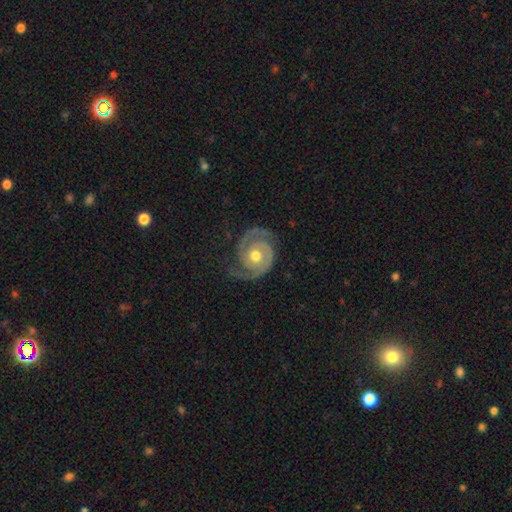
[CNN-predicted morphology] Q: Smooth or featured?
A: featured or disk (91%); runner-up: smooth (5%)
Q: Edge-on disk?
A: no (98%); runner-up: yes (2%)
Q: Bar?
A: no (76%); runner-up: weak (19%)
Q: Spiral arms?
A: yes (98%); runner-up: no (2%)
Q: Spiral winding?
A: tight (56%); runner-up: medium (37%)
Q: Spiral arm count?
A: 2 (91%); runner-up: can't tell (2%)
Q: Bulge size?
A: moderate (79%); runner-up: small (13%)
Q: Merging?
A: none (76%); runner-up: minor disturbance (16%)